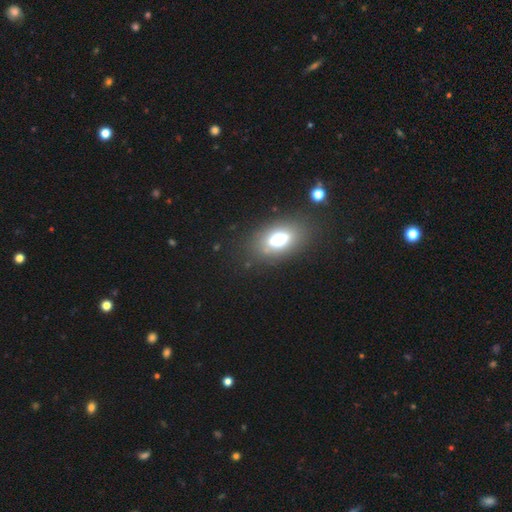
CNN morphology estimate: A smooth galaxy with no disk features (68%) that is in between round and cigar-shaped (80%).

Vote fractions:
- Smooth or featured? smooth: 68% / star or artifact: 18% / featured or disk: 13%
- How rounded? in between: 80% / round: 16% / cigar-shaped: 3%
- Merging? none: 86% / minor disturbance: 9% / major disturbance: 3% / merger: 2%